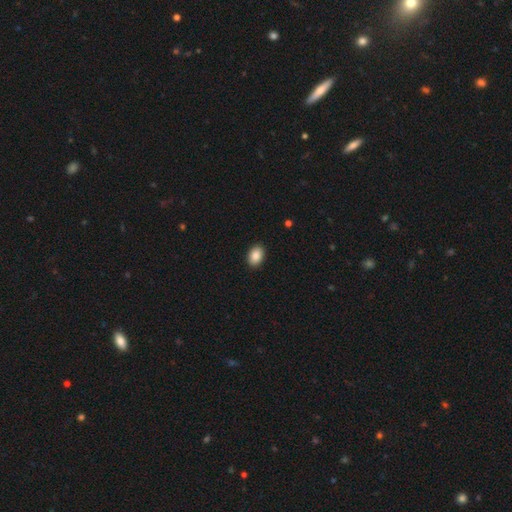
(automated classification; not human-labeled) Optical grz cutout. It shows a smooth galaxy with no disk features (88%) that is in between round and cigar-shaped (83%). Merging: none (91%).